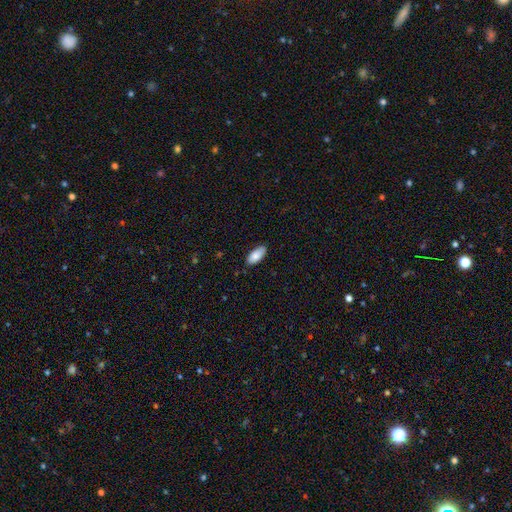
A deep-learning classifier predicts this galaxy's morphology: Smooth or featured? Predicted: smooth (p=0.86). How rounded? Predicted: in between (p=0.89). Merging? Predicted: none (p=0.84).